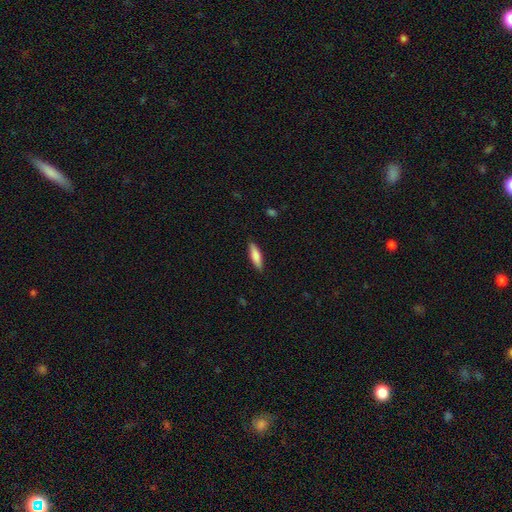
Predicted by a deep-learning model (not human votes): This appears to be a smooth galaxy with no disk features (80%) that is cigar-shaped (63%). Merging: none (88%).